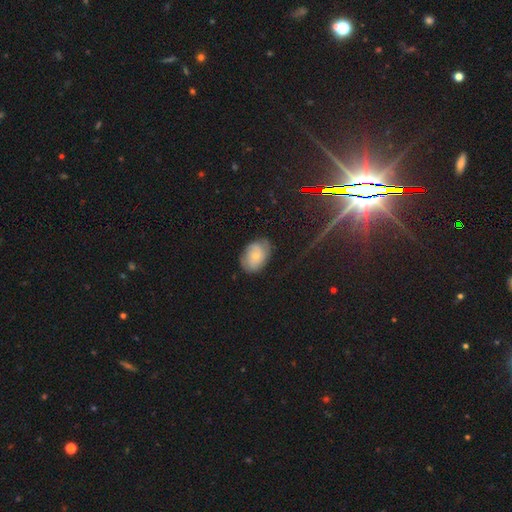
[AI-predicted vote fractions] smooth 47%, featured or disk 44%, star or artifact 9%. Down the decision tree: merging — none (74%).